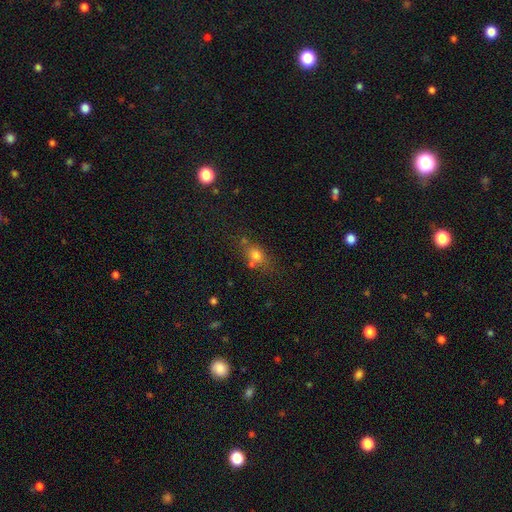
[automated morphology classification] Smooth or featured? Predicted: smooth (p=0.72). How rounded? Predicted: in between (p=0.62). Merging? Predicted: none (p=0.58).